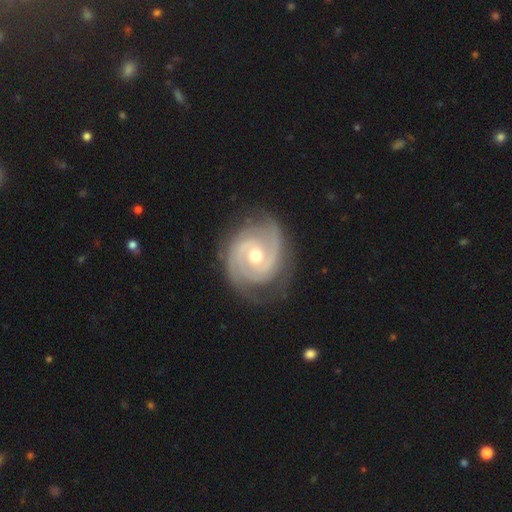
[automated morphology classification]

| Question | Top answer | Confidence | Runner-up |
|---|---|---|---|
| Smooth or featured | featured or disk | 91% | smooth (5%) |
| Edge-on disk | no | 98% | yes (2%) |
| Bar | no | 65% | weak (27%) |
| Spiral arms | yes | 97% | no (3%) |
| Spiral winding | tight | 70% | medium (25%) |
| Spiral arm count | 2 | 58% | 3 (18%) |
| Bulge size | moderate | 71% | small (24%) |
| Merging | none | 76% | minor disturbance (17%) |